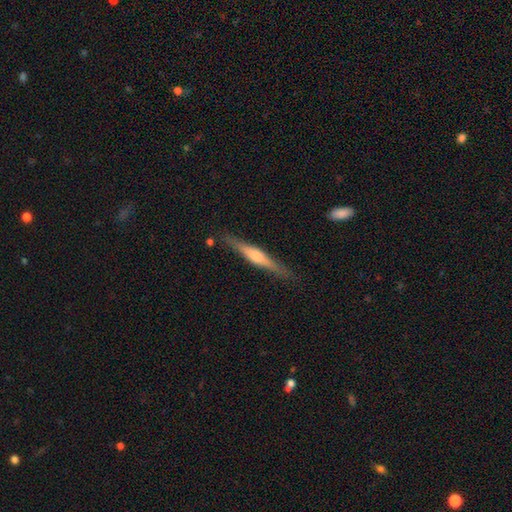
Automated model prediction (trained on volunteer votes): smooth_or_featured: featured or disk (p=0.67) [alt: smooth p=0.27]
disk_edge_on: yes (p=0.97) [alt: no p=0.03]
edge_on_bulge: rounded (p=0.81) [alt: boxy p=0.11]
merging: none (p=0.87) [alt: minor disturbance p=0.09]